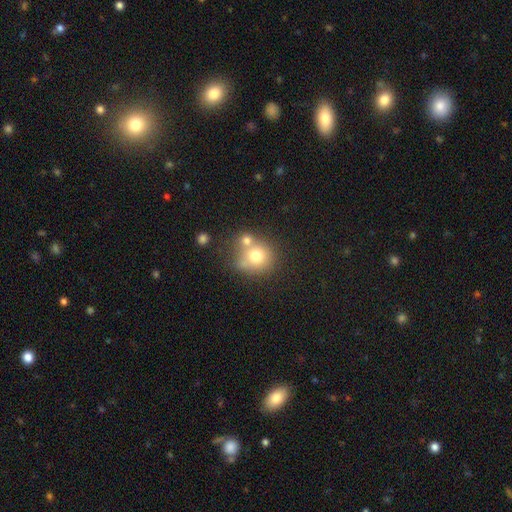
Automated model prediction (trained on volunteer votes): Smooth or featured?
  - smooth: 72% *
  - featured or disk: 17%
  - star or artifact: 12%
How rounded?
  - round: 82% *
  - in between: 17%
  - cigar-shaped: 1%
Merging?
  - none: 47% *
  - merger: 37%
  - minor disturbance: 11%
  - major disturbance: 5%